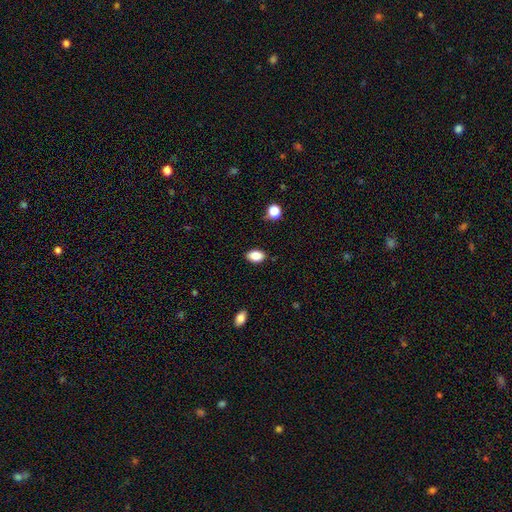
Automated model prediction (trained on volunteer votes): Smooth or featured?
  - smooth: 87% *
  - star or artifact: 8%
  - featured or disk: 5%
How rounded?
  - in between: 85% *
  - round: 14%
  - cigar-shaped: 1%
Merging?
  - none: 86% *
  - minor disturbance: 10%
  - major disturbance: 2%
  - merger: 1%